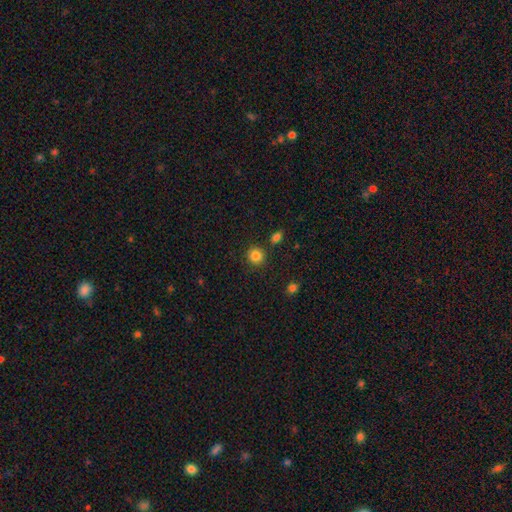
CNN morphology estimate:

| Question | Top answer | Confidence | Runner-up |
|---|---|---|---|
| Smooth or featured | smooth | 85% | star or artifact (10%) |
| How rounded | round | 91% | in between (8%) |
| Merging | none | 86% | minor disturbance (7%) |